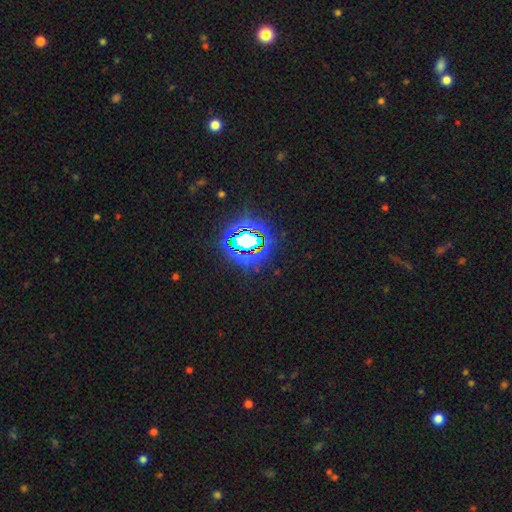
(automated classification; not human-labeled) A star or artifact, not a galaxy (82%).

Vote fractions:
- Smooth or featured? star or artifact: 82% / smooth: 11% / featured or disk: 7%